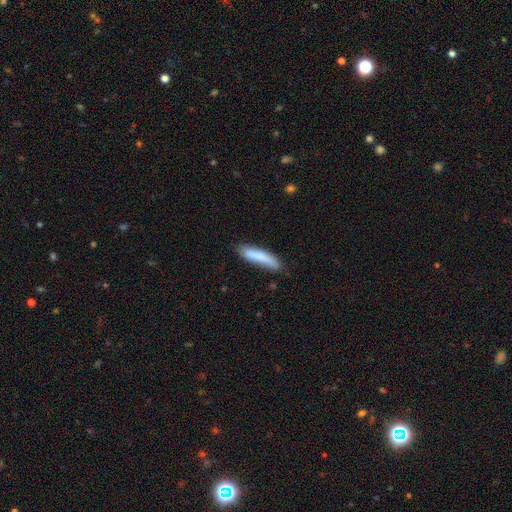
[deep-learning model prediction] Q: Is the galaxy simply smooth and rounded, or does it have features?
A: smooth — 79%.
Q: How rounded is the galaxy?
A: cigar-shaped — 85%.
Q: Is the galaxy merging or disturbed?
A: none — 75%.